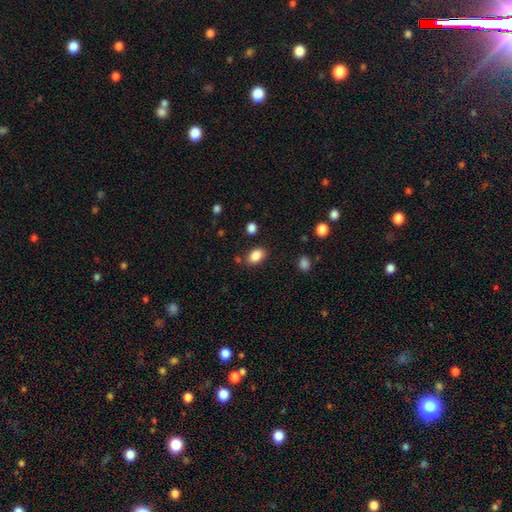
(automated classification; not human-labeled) The model was most divided on "how rounded": in between: 82%, round: 17%, cigar-shaped: 1%. More confident: smooth or featured — smooth (86%); merging — none (81%).